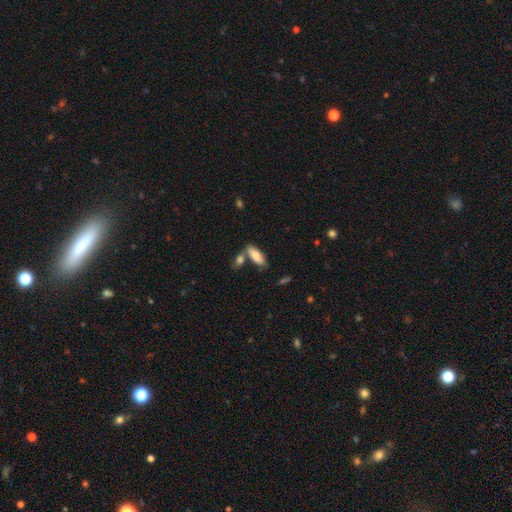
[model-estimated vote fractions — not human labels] Smooth or featured? Predicted: smooth (p=0.80). How rounded? Predicted: in between (p=0.70). Merging? Predicted: none (p=0.58).